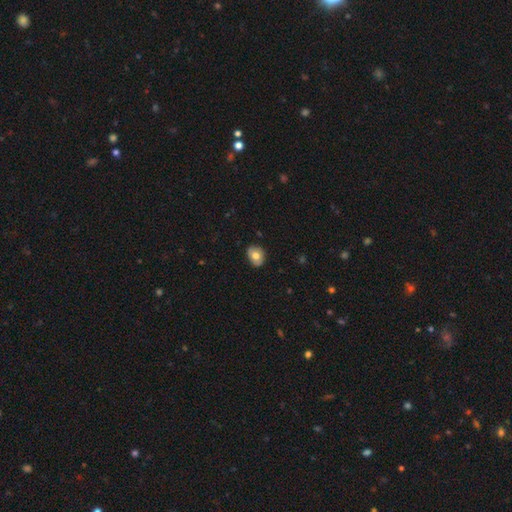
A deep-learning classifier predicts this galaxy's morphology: Smooth or featured: smooth — 69% (featured or disk — 23%)
How rounded: in between — 54% (round — 45%)
Merging: none — 83% (minor disturbance — 14%)